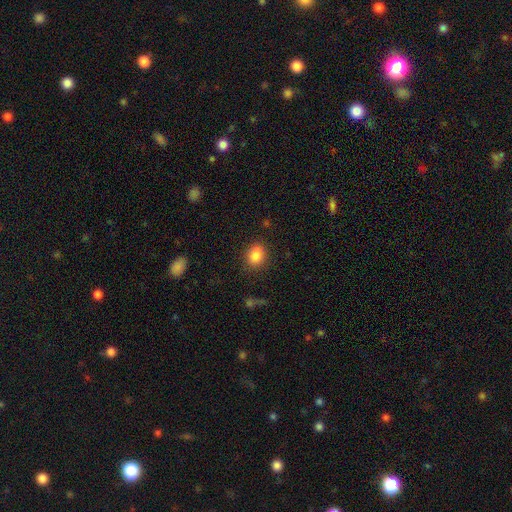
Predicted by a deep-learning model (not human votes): Smooth or featured? Predicted: smooth (p=0.85). How rounded? Predicted: in between (p=0.53). Merging? Predicted: none (p=0.84).